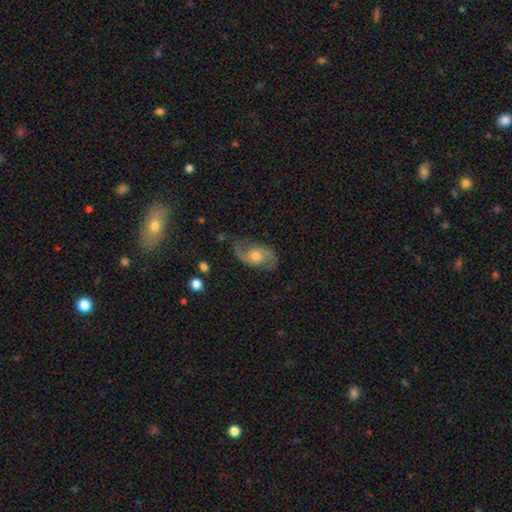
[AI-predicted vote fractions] Morphology: type=featured or disk (81%); edge-on=no (95%); bar=no (65%); spiral arms=yes (94%); winding=loose (44%); arm count=2 (91%); bulge=moderate (63%); merging=none (75%).